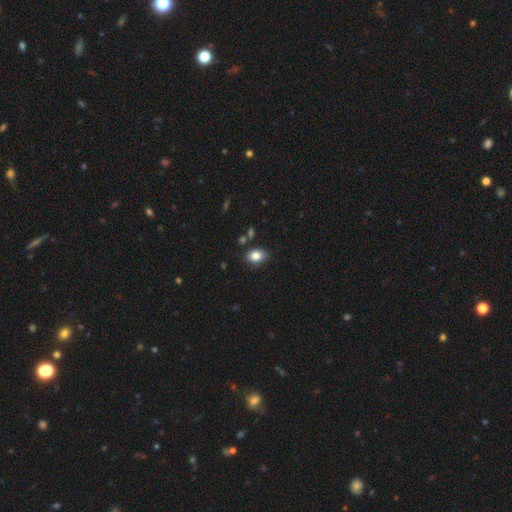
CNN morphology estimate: Q: Smooth or featured?
A: smooth (83%); runner-up: star or artifact (9%)
Q: How rounded?
A: in between (77%); runner-up: round (22%)
Q: Merging?
A: none (81%); runner-up: minor disturbance (13%)